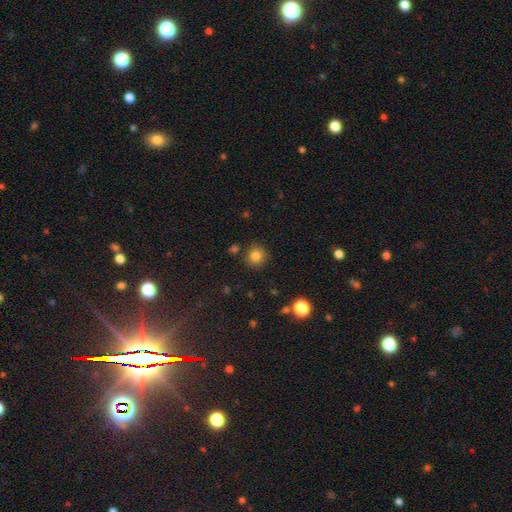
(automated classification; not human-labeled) Overall: smooth (83%). How rounded: round (90%). Merging: none (86%).